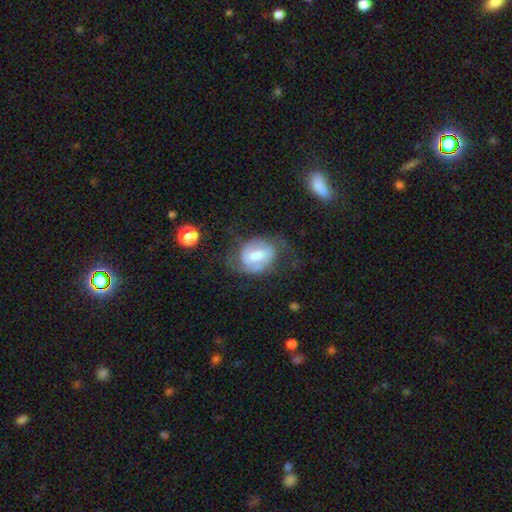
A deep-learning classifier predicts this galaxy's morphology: Smooth or featured? featured or disk (64%)
Edge-on disk? no (96%)
Bar? weak (46%)
Spiral arms? yes (73%)
Bulge size? moderate (68%)
Merging? none (52%)